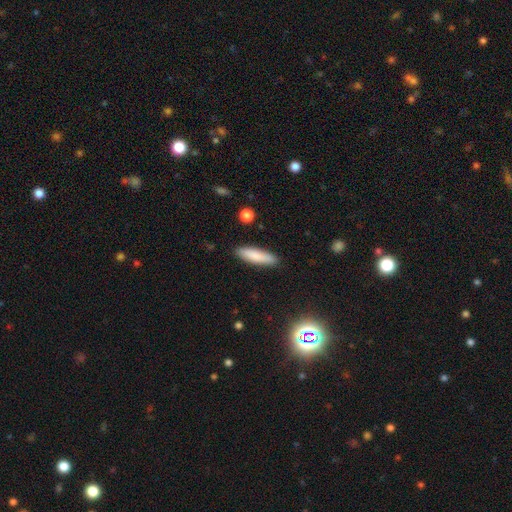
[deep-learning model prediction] smooth-or-featured: smooth: 83% | featured or disk: 10% | star or artifact: 6%
  how-rounded: cigar-shaped: 70% | in between: 29% | round: 2%
  merging: none: 88% | minor disturbance: 9% | major disturbance: 2% | merger: 1%